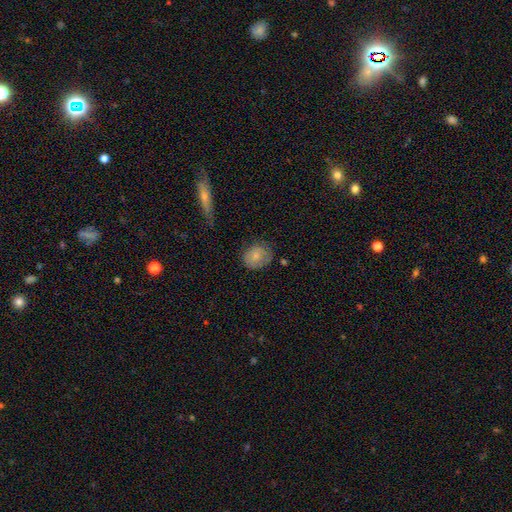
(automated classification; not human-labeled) Q: Smooth or featured?
A: smooth (76%); runner-up: featured or disk (16%)
Q: How rounded?
A: round (62%); runner-up: in between (37%)
Q: Merging?
A: none (64%); runner-up: minor disturbance (26%)